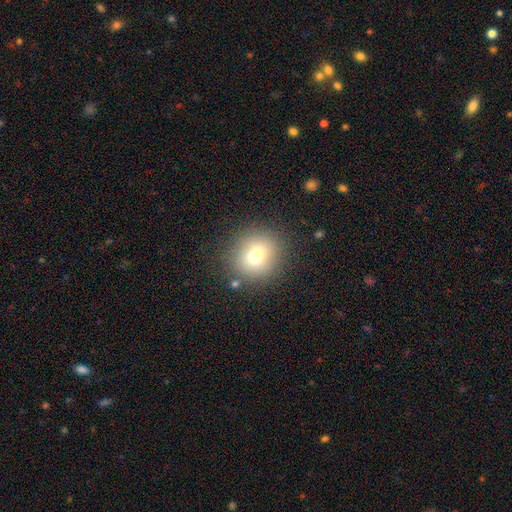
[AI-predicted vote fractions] smooth_or_featured: smooth (p=0.72) [alt: featured or disk p=0.14]
how_rounded: round (p=0.86) [alt: in between p=0.13]
merging: none (p=0.84) [alt: minor disturbance p=0.09]